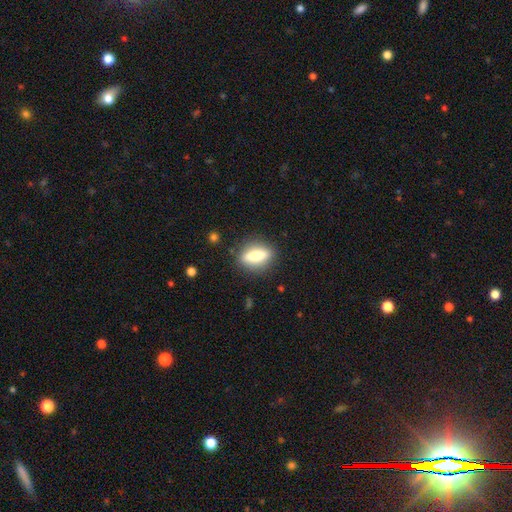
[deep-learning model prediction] Q: Smooth or featured?
A: smooth (69%); runner-up: featured or disk (23%)
Q: How rounded?
A: in between (55%); runner-up: cigar-shaped (38%)
Q: Merging?
A: none (85%); runner-up: minor disturbance (10%)